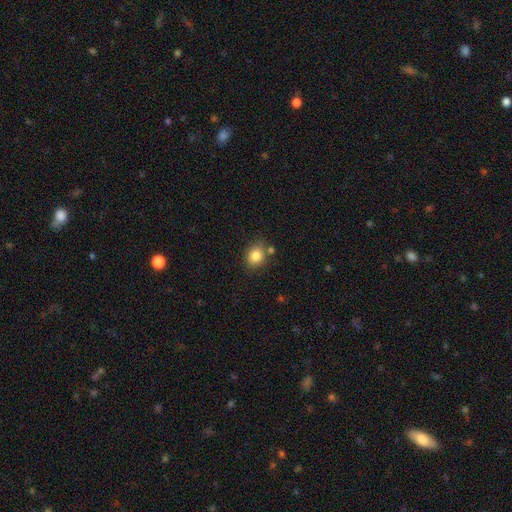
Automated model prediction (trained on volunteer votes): Q: Smooth or featured?
A: smooth (83%); runner-up: star or artifact (10%)
Q: How rounded?
A: round (60%); runner-up: in between (39%)
Q: Merging?
A: none (72%); runner-up: minor disturbance (15%)